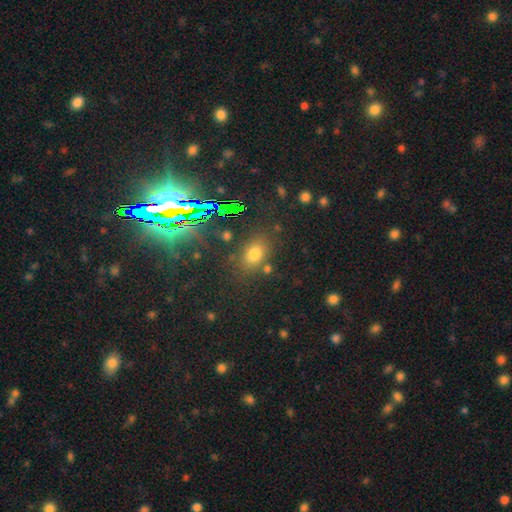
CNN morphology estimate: This is possibly a smooth galaxy (57%). How rounded: likely in between (73%). Merging: clearly none (81%).